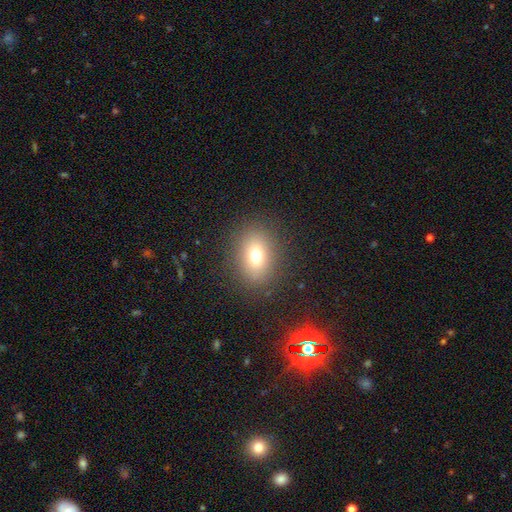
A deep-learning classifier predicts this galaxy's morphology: type=smooth (72%); roundness=in between (58%); merging=none (86%).